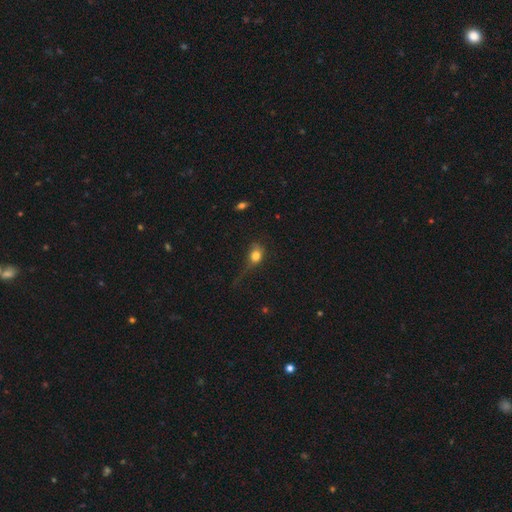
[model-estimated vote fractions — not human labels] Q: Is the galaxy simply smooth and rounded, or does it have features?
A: smooth — 79%.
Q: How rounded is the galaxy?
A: in between — 55%.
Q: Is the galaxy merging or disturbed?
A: major disturbance — 36%.